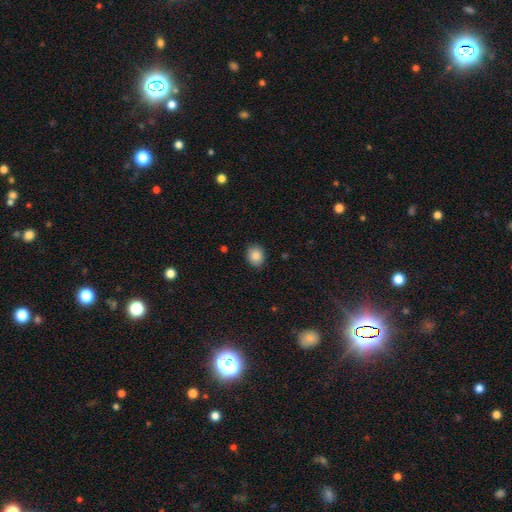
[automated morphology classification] Smooth or featured: smooth — 86% (star or artifact — 8%)
How rounded: round — 62% (in between — 37%)
Merging: none — 88% (minor disturbance — 9%)